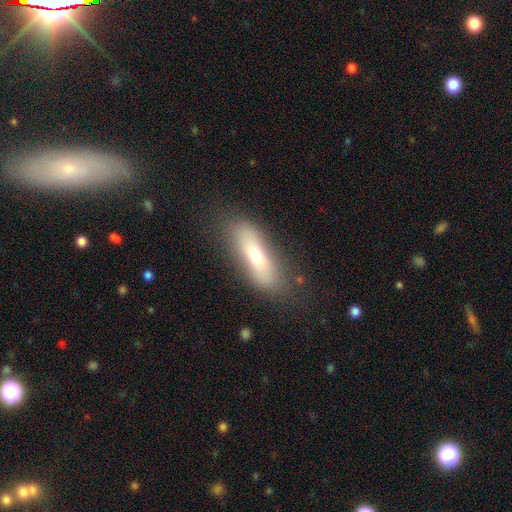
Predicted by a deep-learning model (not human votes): Smooth or featured?
  - smooth: 68% *
  - featured or disk: 25%
  - star or artifact: 8%
How rounded?
  - in between: 50% *
  - cigar-shaped: 48%
  - round: 3%
Merging?
  - none: 72% *
  - minor disturbance: 18%
  - major disturbance: 8%
  - merger: 2%